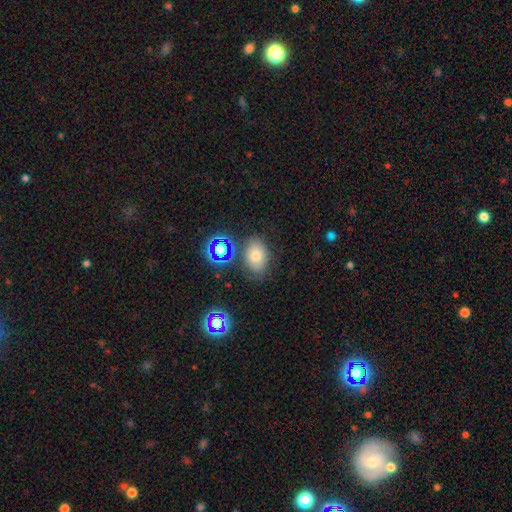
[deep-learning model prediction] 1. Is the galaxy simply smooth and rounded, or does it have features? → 67% smooth, 18% star or artifact, 15% featured or disk.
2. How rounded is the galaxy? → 75% in between, 24% round, 1% cigar-shaped.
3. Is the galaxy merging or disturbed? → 72% none, 15% minor disturbance, 7% merger, 5% major disturbance.